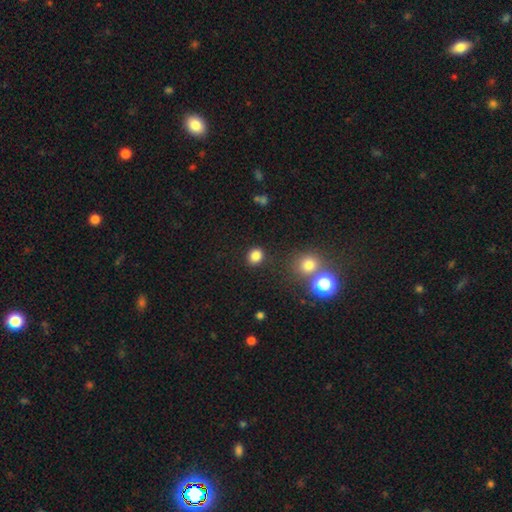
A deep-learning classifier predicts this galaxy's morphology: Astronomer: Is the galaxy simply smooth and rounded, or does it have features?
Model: smooth — 83%.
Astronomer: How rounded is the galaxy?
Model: round — 69%.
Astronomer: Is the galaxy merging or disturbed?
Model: none — 86%.